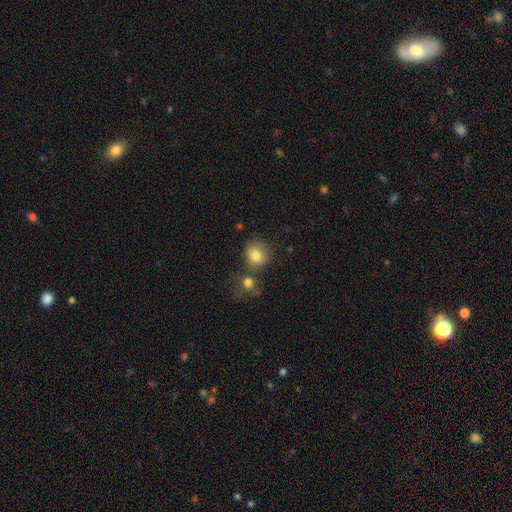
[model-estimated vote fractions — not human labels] The model was most divided on "merging": none: 61%, merger: 22%, minor disturbance: 13%, major disturbance: 5%. More confident: how rounded — round (84%); smooth or featured — smooth (80%).